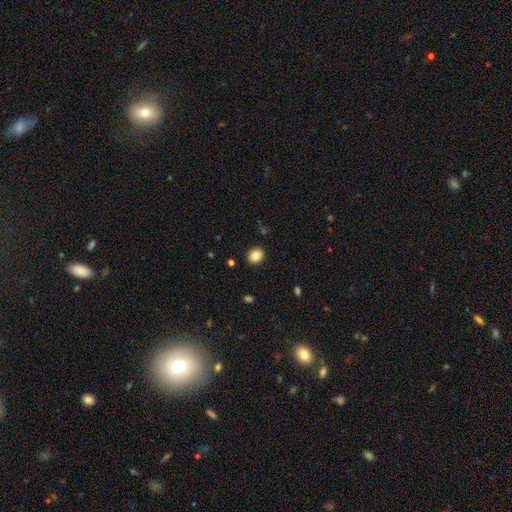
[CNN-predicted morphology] Smooth or featured?
  - smooth: 86% *
  - star or artifact: 10%
  - featured or disk: 5%
How rounded?
  - round: 68% *
  - in between: 31%
  - cigar-shaped: 1%
Merging?
  - none: 90% *
  - minor disturbance: 7%
  - major disturbance: 2%
  - merger: 1%